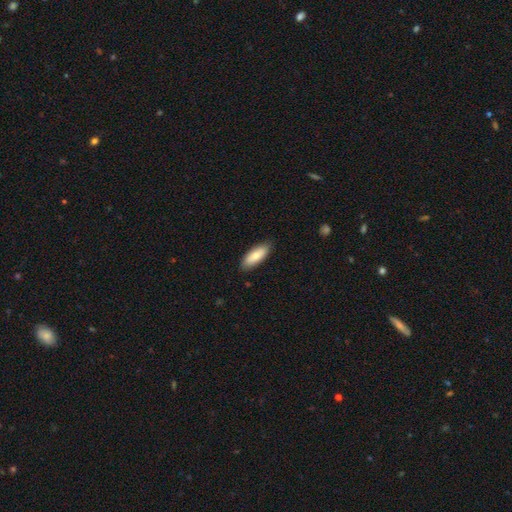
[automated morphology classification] Smooth or featured? smooth (80%)
How rounded? in between (71%)
Merging? none (86%)